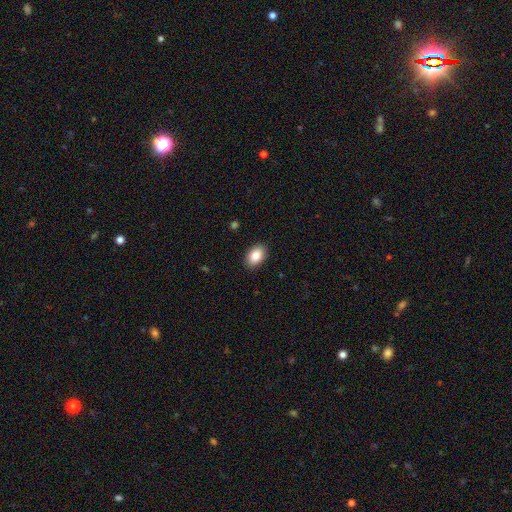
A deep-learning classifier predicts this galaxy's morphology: Overall: smooth (86%). How rounded: in between (88%). Merging: none (90%).